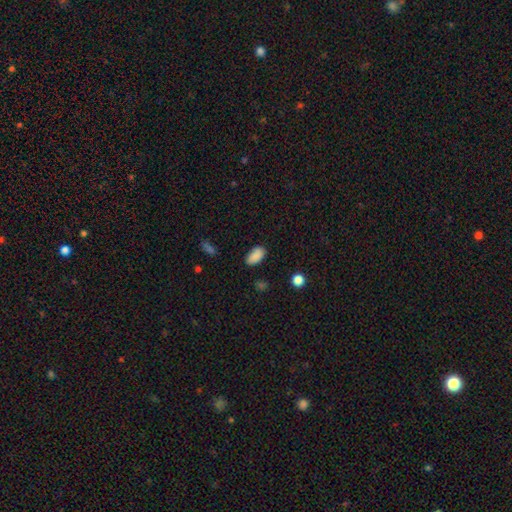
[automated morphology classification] Overall: smooth (88%). How rounded: in between (94%). Merging: none (82%).